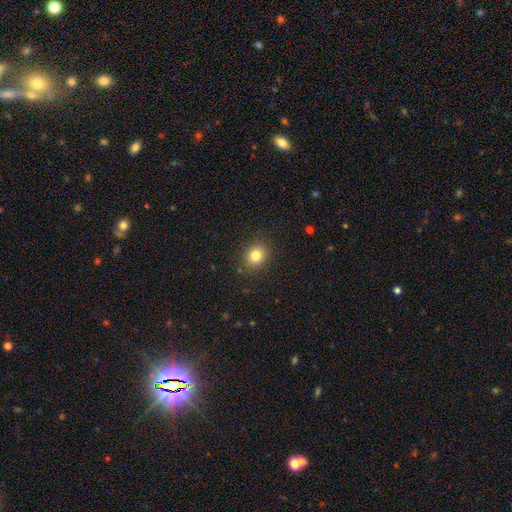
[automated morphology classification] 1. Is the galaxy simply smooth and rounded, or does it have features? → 82% smooth, 11% star or artifact, 7% featured or disk.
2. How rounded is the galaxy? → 73% round, 26% in between, 1% cigar-shaped.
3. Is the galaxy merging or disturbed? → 88% none, 8% minor disturbance, 3% major disturbance, 1% merger.